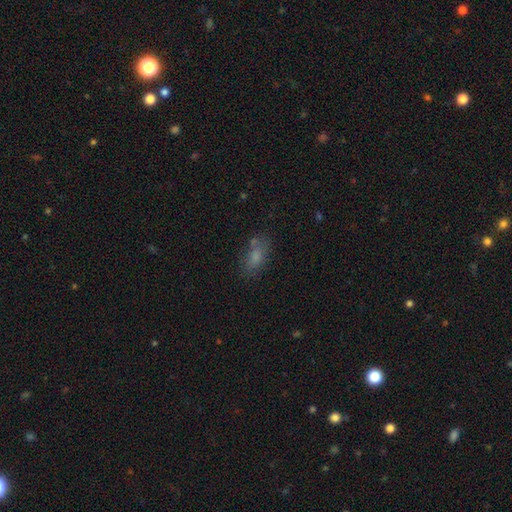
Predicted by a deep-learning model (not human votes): This is likely a smooth galaxy (72%). How rounded: clearly in between (81%). Merging: likely none (63%).